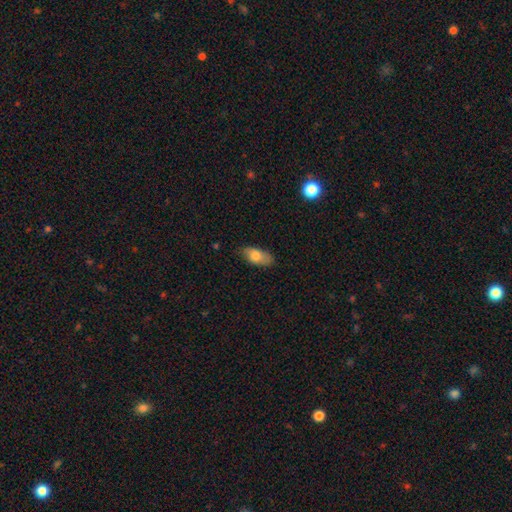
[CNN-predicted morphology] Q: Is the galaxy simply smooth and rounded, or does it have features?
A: smooth — 78%.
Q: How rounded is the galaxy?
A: in between — 88%.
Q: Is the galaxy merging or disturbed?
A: none — 76%.